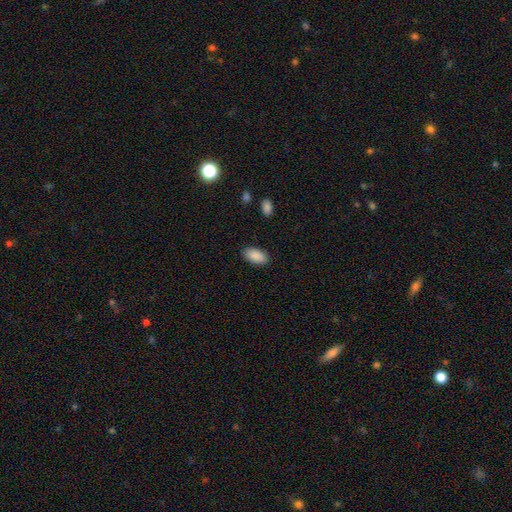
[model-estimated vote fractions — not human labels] This is clearly a smooth galaxy (91%). How rounded: clearly in between (95%). Merging: clearly none (89%).